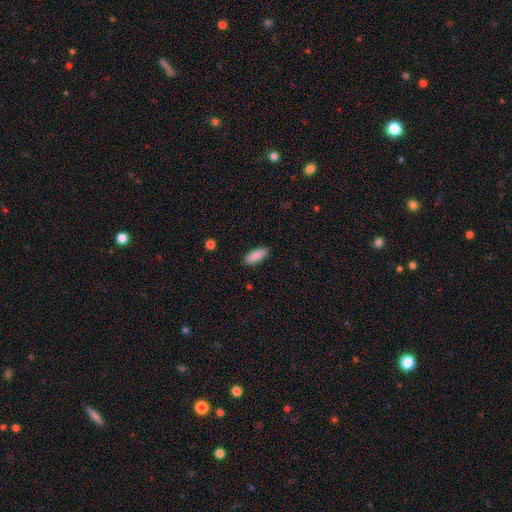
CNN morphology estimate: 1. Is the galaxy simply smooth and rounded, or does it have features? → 89% smooth, 6% star or artifact, 5% featured or disk.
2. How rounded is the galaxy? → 78% in between, 20% cigar-shaped, 2% round.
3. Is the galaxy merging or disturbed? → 86% none, 10% minor disturbance, 2% major disturbance, 1% merger.